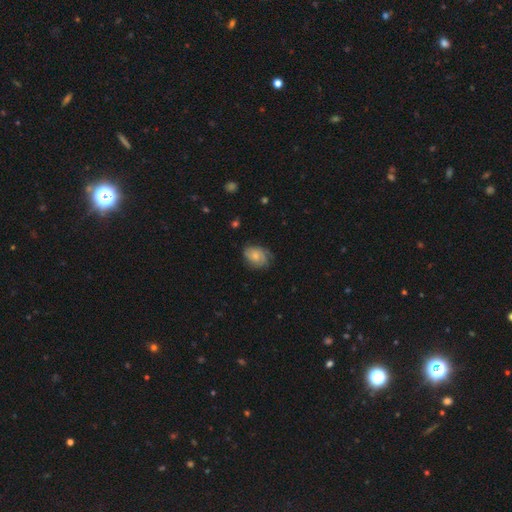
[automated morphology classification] type=smooth (49%); merging=none (64%).